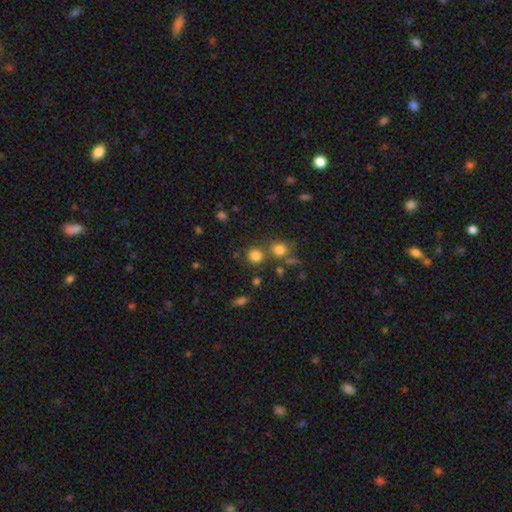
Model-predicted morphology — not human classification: Smooth or featured?
  - smooth: 79% *
  - star or artifact: 15%
  - featured or disk: 6%
How rounded?
  - round: 86% *
  - in between: 12%
  - cigar-shaped: 1%
Merging?
  - none: 71% *
  - merger: 17%
  - minor disturbance: 8%
  - major disturbance: 4%